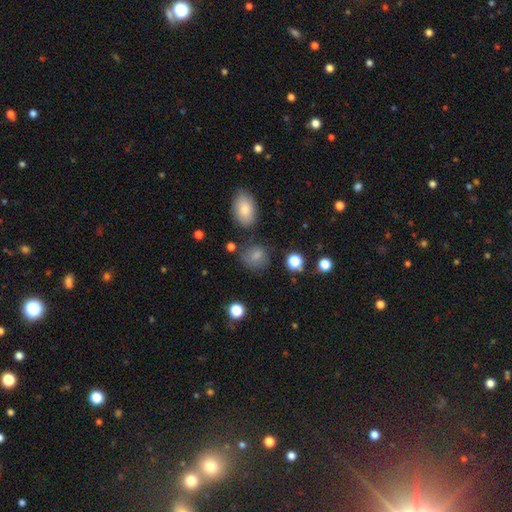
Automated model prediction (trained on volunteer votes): smooth_or_featured: smooth (p=0.78) [alt: star or artifact p=0.12]
how_rounded: round (p=0.69) [alt: in between p=0.29]
merging: none (p=0.63) [alt: minor disturbance p=0.22]